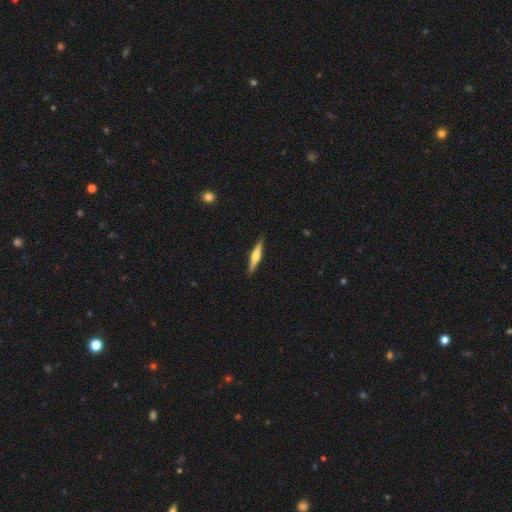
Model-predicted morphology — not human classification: The model was most divided on "smooth or featured": featured or disk: 53%, smooth: 41%, star or artifact: 6%. More confident: edge-on disk — yes (97%); merging — none (89%); edge-on bulge — rounded (76%).